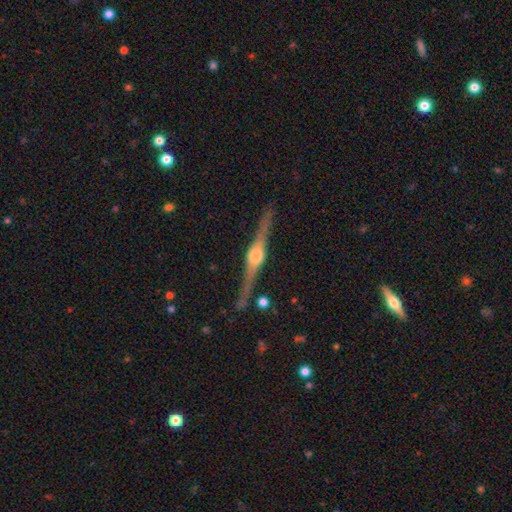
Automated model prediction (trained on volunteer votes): This appears to be a featured or disk galaxy (87%) viewed edge-on (98%) with a rounded central bulge (90%). Merging: none (85%).